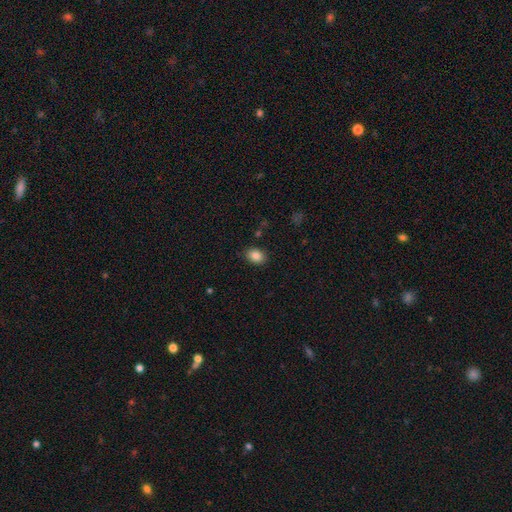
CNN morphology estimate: Smooth or featured? Predicted: smooth (p=0.86). How rounded? Predicted: in between (p=0.69). Merging? Predicted: none (p=0.87).